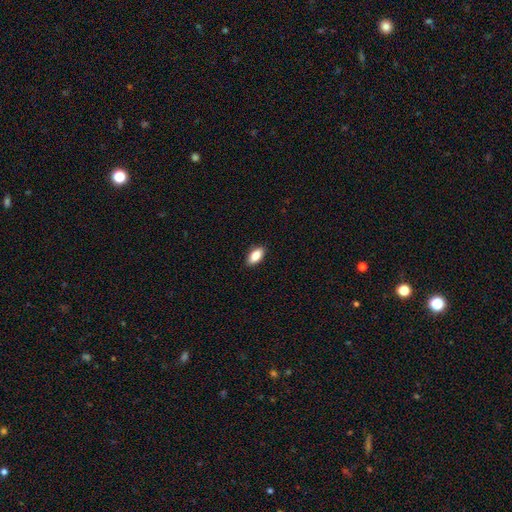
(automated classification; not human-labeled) The model was most divided on "smooth or featured": smooth: 86%, featured or disk: 7%, star or artifact: 7%. More confident: how rounded — in between (91%); merging — none (89%).